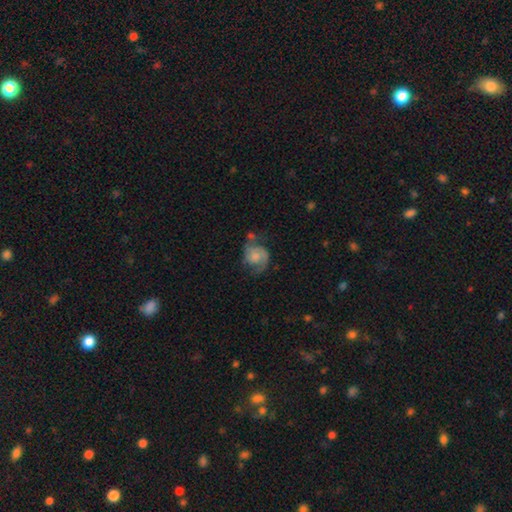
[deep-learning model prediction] This is likely a featured or disk galaxy (65%). It is clearly not viewed edge-on (98%). Bar: likely no (71%). Spiral arm pattern: clearly yes (91%). Spiral arm count: likely 2 (78%). Spiral winding: possibly medium (45%). Central bulge: marginally small (28%). Merging: possibly none (47%).